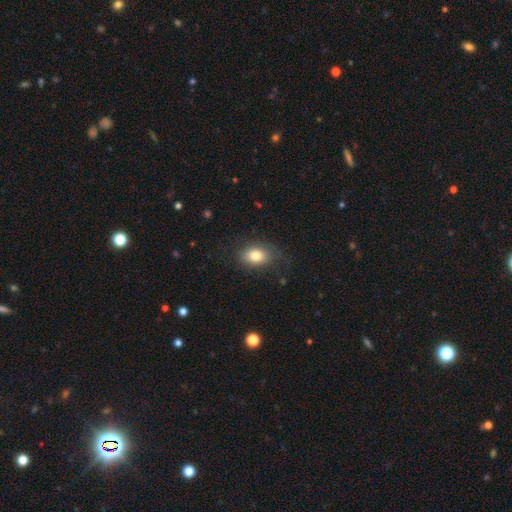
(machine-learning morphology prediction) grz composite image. It shows a smooth galaxy with no disk features (80%) that is in between round and cigar-shaped (78%). Merging: none (77%).